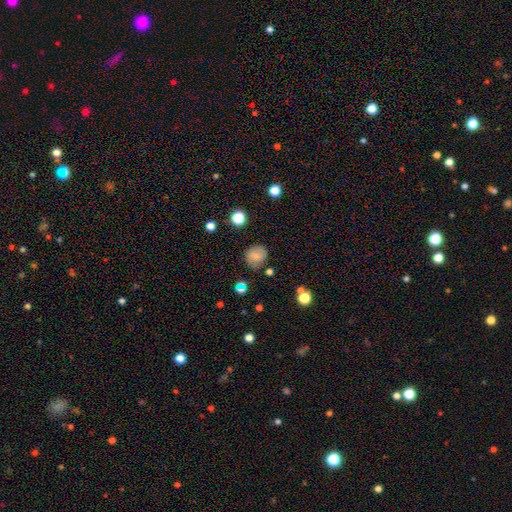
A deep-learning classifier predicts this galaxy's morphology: smooth_or_featured: smooth (p=0.70) [alt: featured or disk p=0.18]
how_rounded: round (p=0.80) [alt: in between p=0.19]
merging: none (p=0.75) [alt: minor disturbance p=0.17]